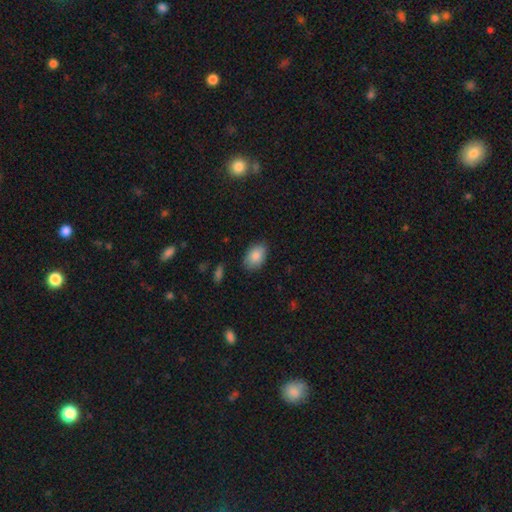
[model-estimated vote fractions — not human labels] smooth-or-featured: smooth: 86% | star or artifact: 7% | featured or disk: 7%
  how-rounded: in between: 88% | round: 11% | cigar-shaped: 1%
  merging: none: 82% | minor disturbance: 14% | major disturbance: 3% | merger: 1%